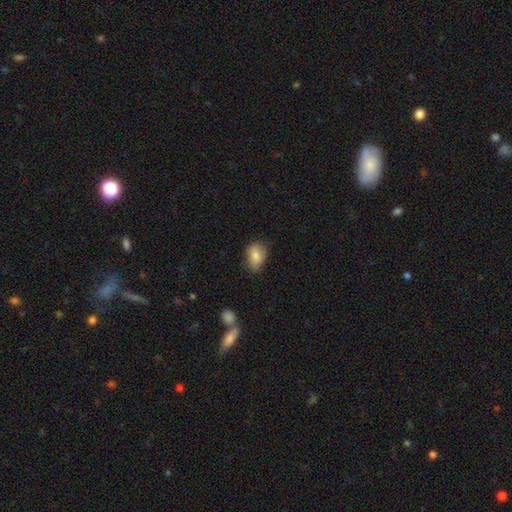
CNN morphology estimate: This appears to be a smooth galaxy with no disk features (82%) that is in between round and cigar-shaped (80%). Merging: none (63%).